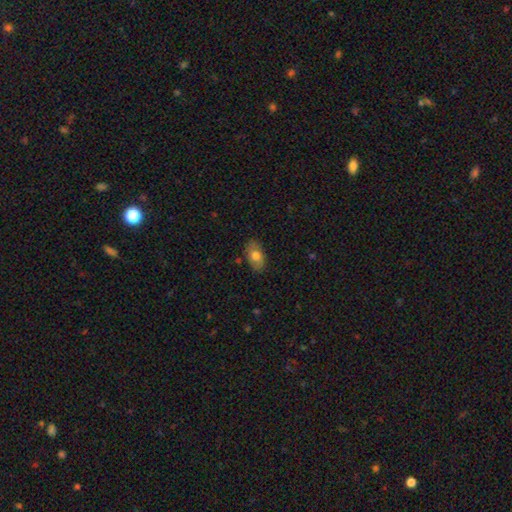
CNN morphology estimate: Smooth or featured? smooth (71%)
How rounded? in between (91%)
Merging? none (82%)